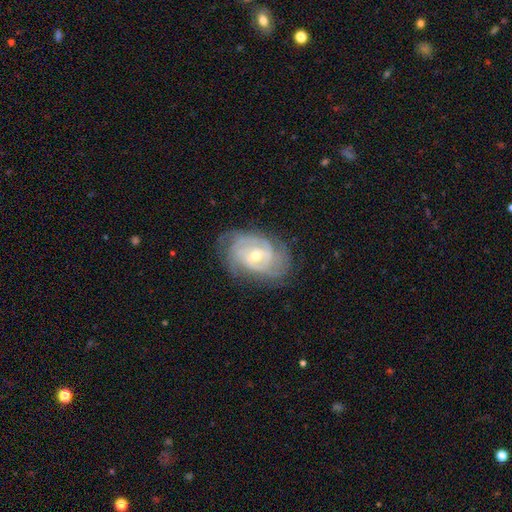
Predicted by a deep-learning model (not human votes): The model was most divided on "bar": no: 47%, weak: 41%, strong: 13%. Remaining: edge-on disk — no (96%); spiral arms — yes (94%); smooth or featured — featured or disk (86%); merging — none (73%); spiral winding — tight (68%); bulge size — moderate (52%); spiral arm count — can't tell (35%).